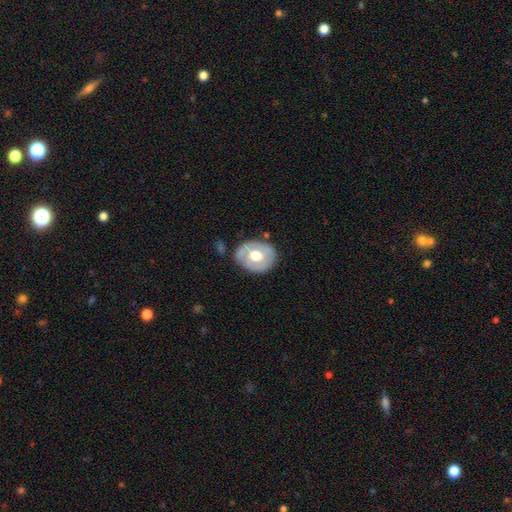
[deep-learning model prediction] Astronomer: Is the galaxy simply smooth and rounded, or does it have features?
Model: featured or disk — 58% (runner-up: smooth, 37%).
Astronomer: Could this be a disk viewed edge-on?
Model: no — 95%.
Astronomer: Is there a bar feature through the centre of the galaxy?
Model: no — 81%.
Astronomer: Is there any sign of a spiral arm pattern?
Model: no — 64%.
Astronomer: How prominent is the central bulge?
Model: moderate — 60%.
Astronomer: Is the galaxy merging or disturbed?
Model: none — 76%.